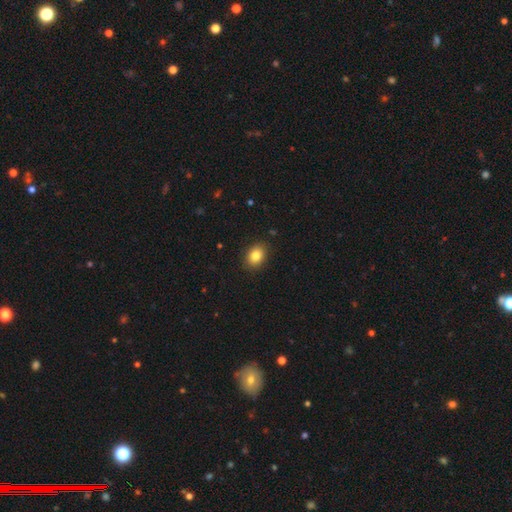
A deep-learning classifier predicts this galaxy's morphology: Smooth or featured? smooth (84%)
How rounded? in between (64%)
Merging? none (89%)